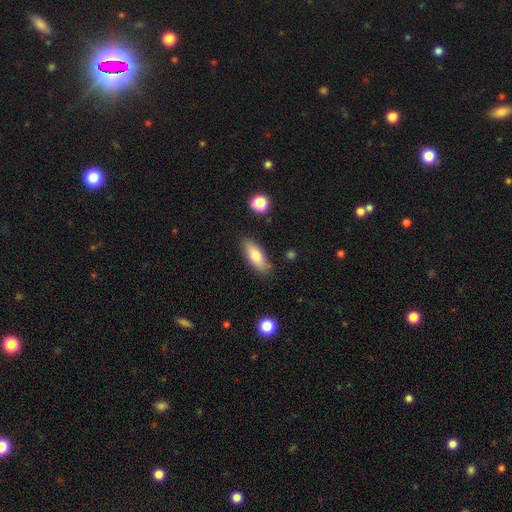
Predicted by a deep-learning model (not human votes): The model was most divided on "how rounded": in between: 72%, cigar-shaped: 25%, round: 3%. More confident: merging — none (83%); smooth or featured — smooth (74%).